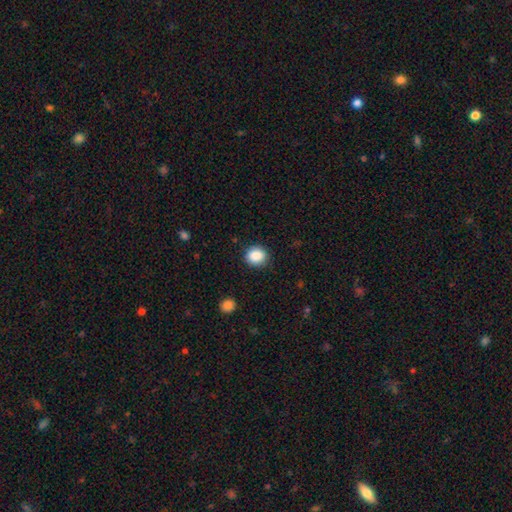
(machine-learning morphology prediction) This appears to be a smooth galaxy with no disk features (88%) that is round (77%). Merging: none (88%).